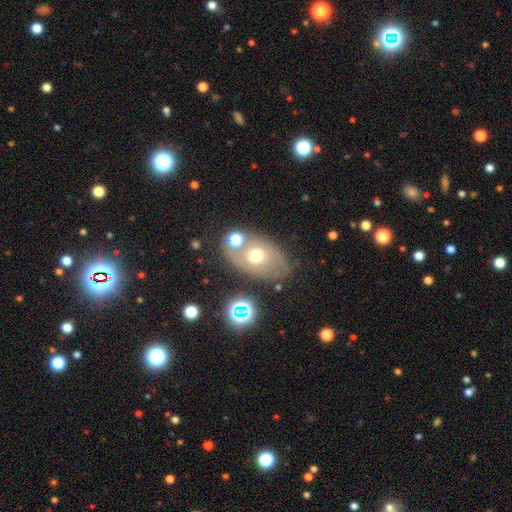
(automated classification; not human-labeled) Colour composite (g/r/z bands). It shows a smooth galaxy with no disk features (44%). Merging: none (63%).